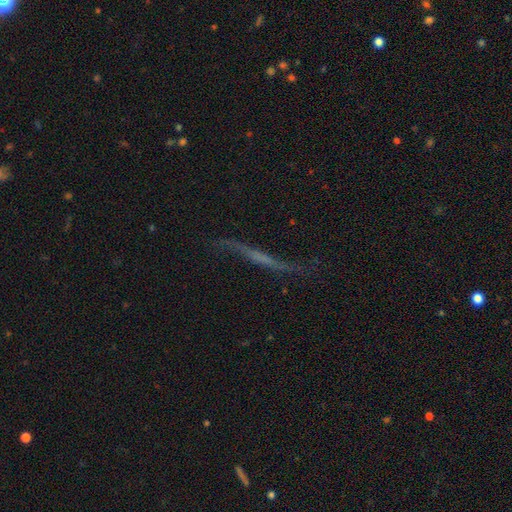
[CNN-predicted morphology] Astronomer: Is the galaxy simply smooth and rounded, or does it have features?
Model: featured or disk — 69%.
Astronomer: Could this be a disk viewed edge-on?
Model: yes — 71%.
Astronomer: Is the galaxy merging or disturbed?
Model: none — 68%.